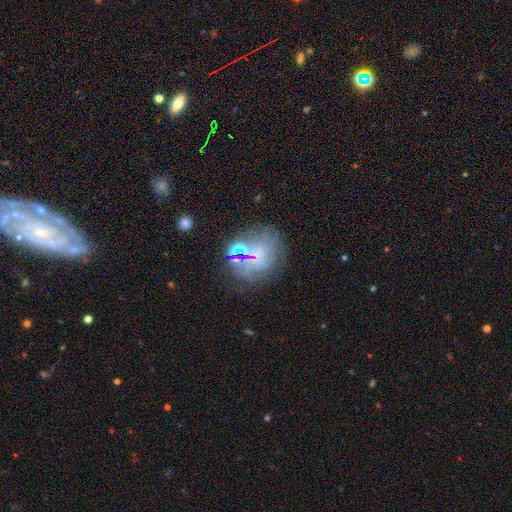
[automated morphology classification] Smooth or featured?
  - featured or disk: 37% * (tied)
  - smooth: 37% * (tied)
  - star or artifact: 26%
Merging?
  - none: 56% *
  - minor disturbance: 19%
  - major disturbance: 16%
  - merger: 9%